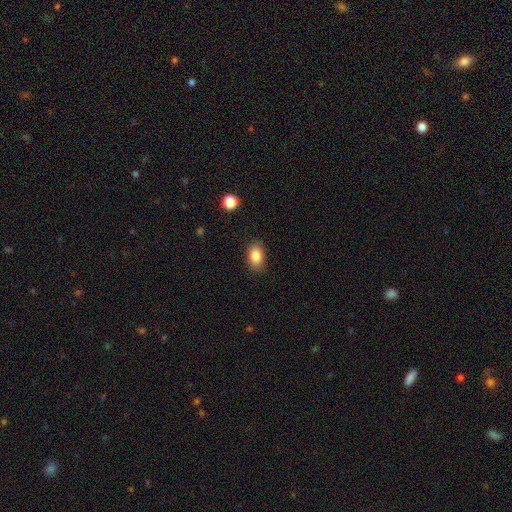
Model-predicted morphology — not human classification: This appears to be a smooth galaxy with no disk features (86%) that is in between round and cigar-shaped (87%). Merging: none (86%).